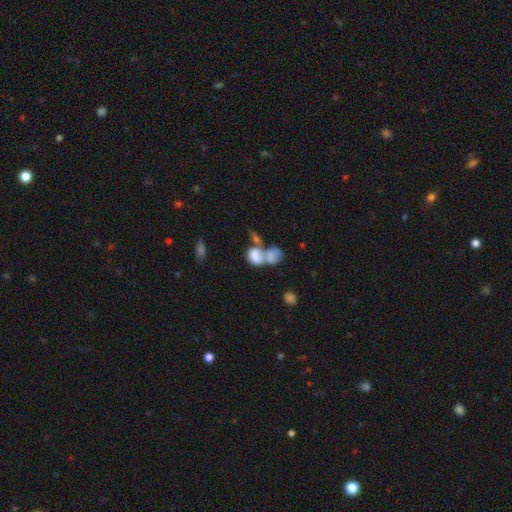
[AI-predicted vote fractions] Smooth or featured: smooth — 72% (featured or disk — 19%)
How rounded: in between — 78% (round — 20%)
Merging: merger — 72% (none — 13%)